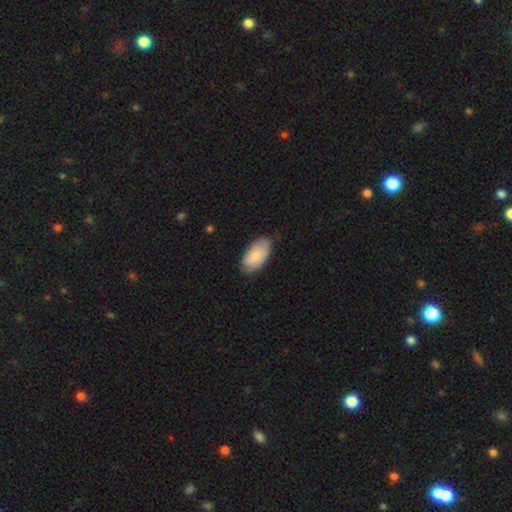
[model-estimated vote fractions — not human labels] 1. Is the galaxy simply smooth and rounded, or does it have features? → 78% smooth, 16% featured or disk, 6% star or artifact.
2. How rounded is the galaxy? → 95% in between, 2% round, 2% cigar-shaped.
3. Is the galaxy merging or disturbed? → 74% none, 21% minor disturbance, 4% major disturbance, 1% merger.